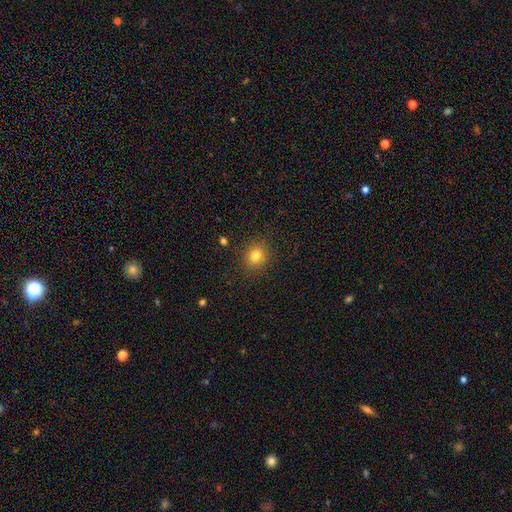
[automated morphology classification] The model was most divided on "how rounded": round: 73%, in between: 26%, cigar-shaped: 1%. More confident: merging — none (87%); smooth or featured — smooth (79%).